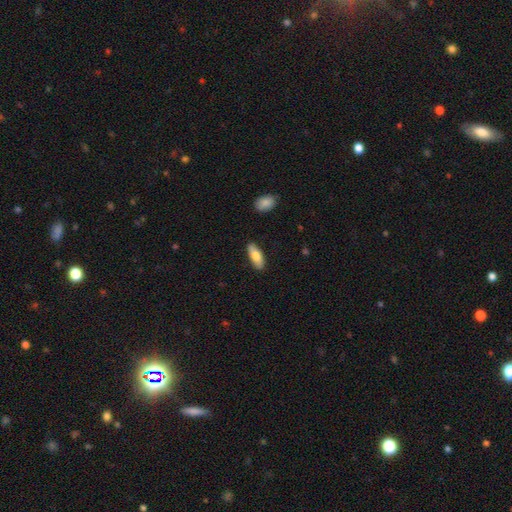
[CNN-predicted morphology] Smooth or featured?
  - smooth: 77% *
  - featured or disk: 17%
  - star or artifact: 6%
How rounded?
  - in between: 73% *
  - cigar-shaped: 25%
  - round: 2%
Merging?
  - none: 85% *
  - minor disturbance: 11%
  - major disturbance: 2%
  - merger: 2%